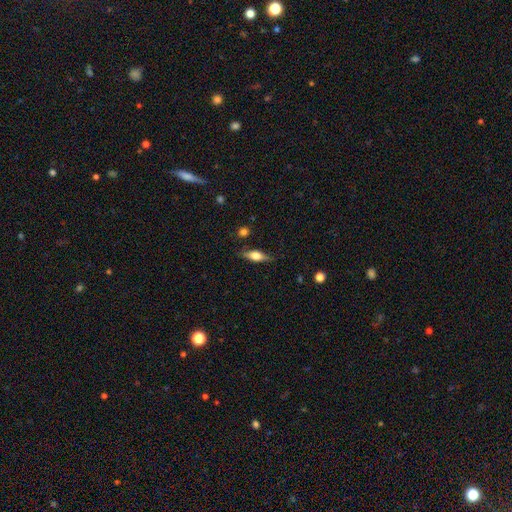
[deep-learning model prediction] The model was most divided on "how rounded": in between: 59%, cigar-shaped: 38%, round: 4%. More confident: merging — none (79%); smooth or featured — smooth (57%).